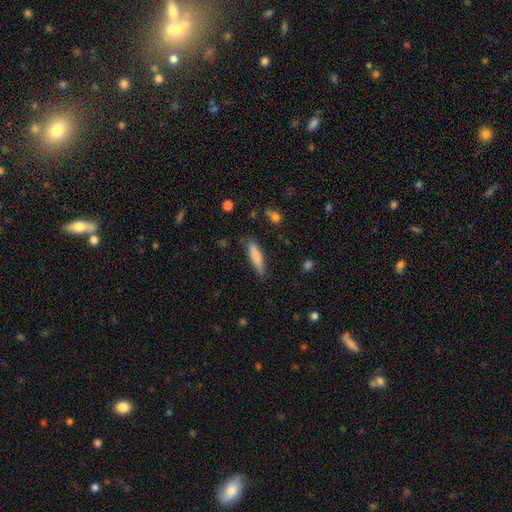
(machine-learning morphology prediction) smooth 81%, featured or disk 13%, star or artifact 6%. Down the decision tree: how rounded — cigar-shaped (77%); merging — none (80%).